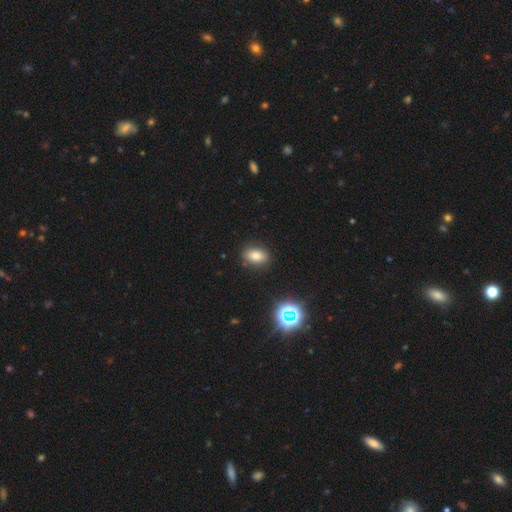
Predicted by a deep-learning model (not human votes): Q: Smooth or featured?
A: smooth (78%); runner-up: star or artifact (14%)
Q: How rounded?
A: in between (83%); runner-up: round (14%)
Q: Merging?
A: none (87%); runner-up: minor disturbance (9%)